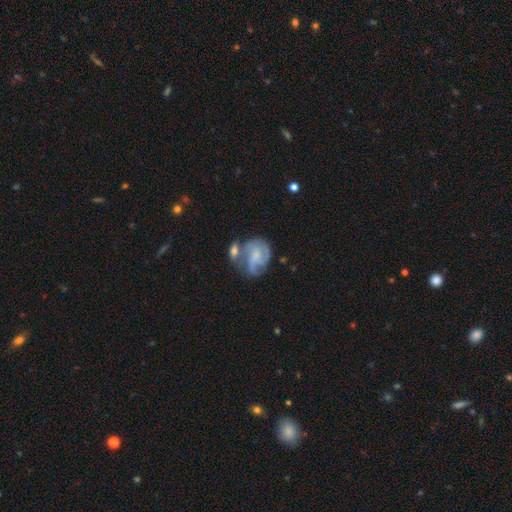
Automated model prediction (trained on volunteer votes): A featured or disk galaxy (63%) with no bar (64%), spiral arms (77%) and a small central bulge (44%). Merging: none (33%).